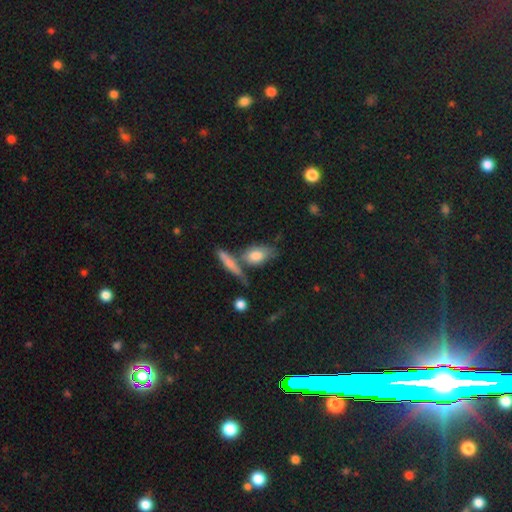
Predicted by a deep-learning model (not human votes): smooth-or-featured: smooth: 74% | featured or disk: 19% | star or artifact: 7%
  how-rounded: in between: 77% | cigar-shaped: 13% | round: 10%
  merging: none: 52% | merger: 25% | minor disturbance: 16% | major disturbance: 7%